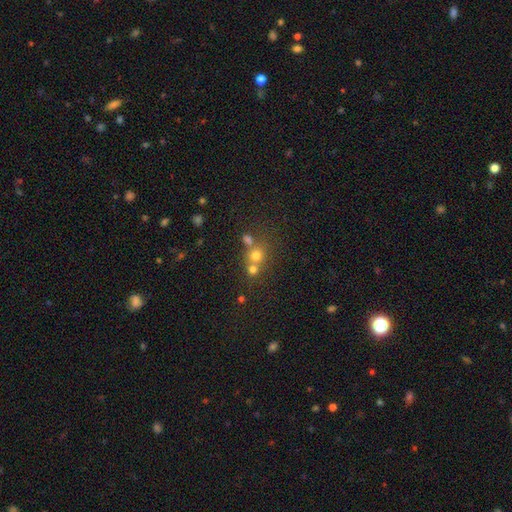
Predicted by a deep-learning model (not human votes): Smooth or featured?
  - smooth: 67% *
  - star or artifact: 20%
  - featured or disk: 13%
How rounded?
  - round: 84% *
  - in between: 15%
  - cigar-shaped: 1%
Merging?
  - none: 46% *
  - merger: 43%
  - minor disturbance: 7%
  - major disturbance: 4%